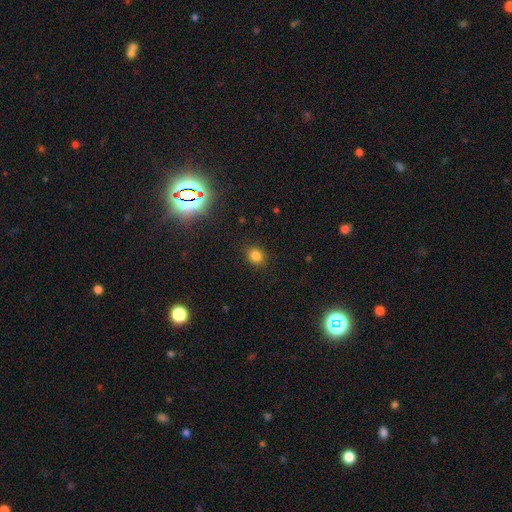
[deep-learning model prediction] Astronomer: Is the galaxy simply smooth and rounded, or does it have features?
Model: smooth — 80%.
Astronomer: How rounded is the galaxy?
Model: round — 67%.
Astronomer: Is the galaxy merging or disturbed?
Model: none — 88%.